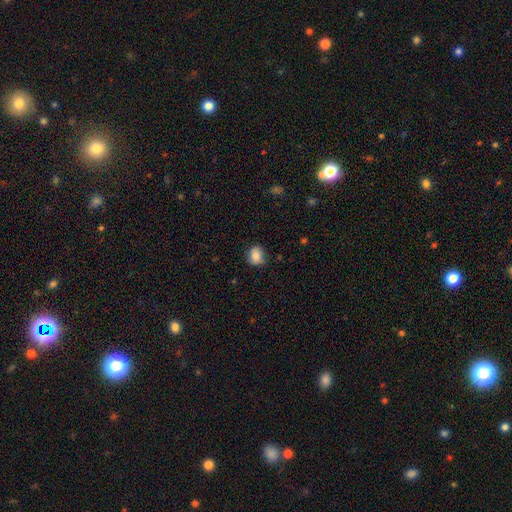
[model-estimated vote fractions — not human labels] Smooth or featured? Predicted: smooth (p=0.83). How rounded? Predicted: round (p=0.67). Merging? Predicted: none (p=0.81).